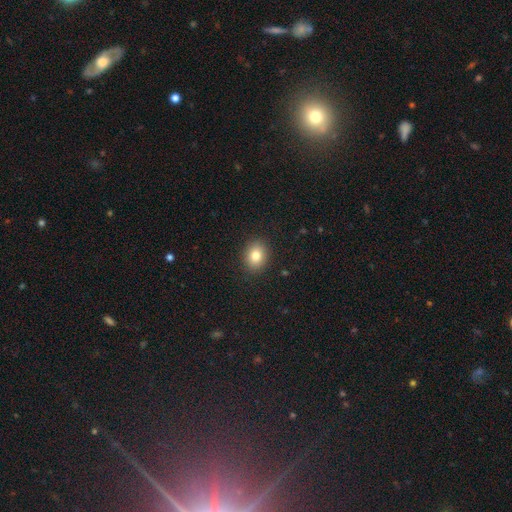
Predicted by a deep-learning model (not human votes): smooth 82%, star or artifact 10%, featured or disk 8%. Down the decision tree: how rounded — round (51%); merging — none (89%).